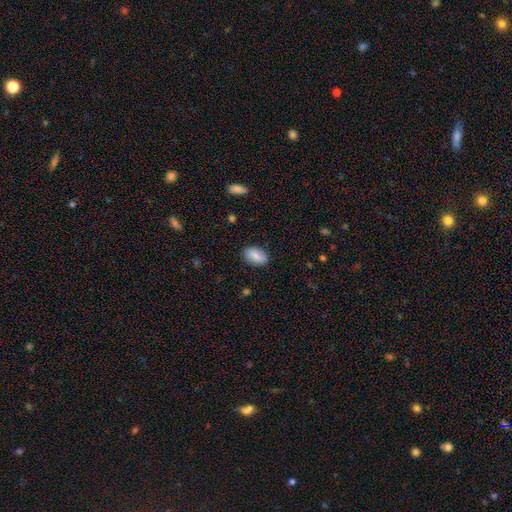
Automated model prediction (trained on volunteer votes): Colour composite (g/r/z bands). It shows a smooth galaxy with no disk features (80%) that is in between round and cigar-shaped (89%). Merging: none (84%).